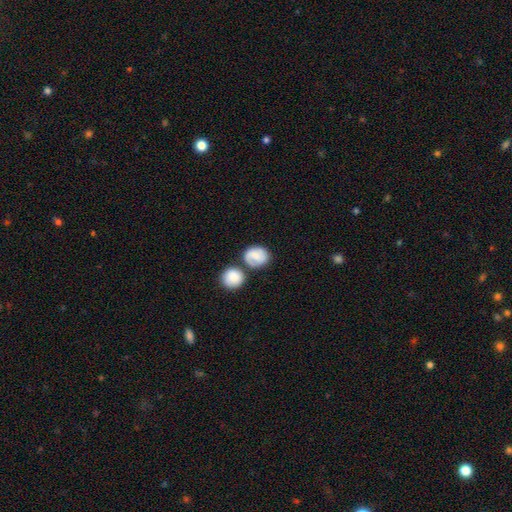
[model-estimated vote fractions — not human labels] smooth_or_featured: smooth (p=0.64) [alt: featured or disk p=0.28]
how_rounded: round (p=0.62) [alt: in between p=0.36]
merging: none (p=0.49) [alt: merger p=0.27]